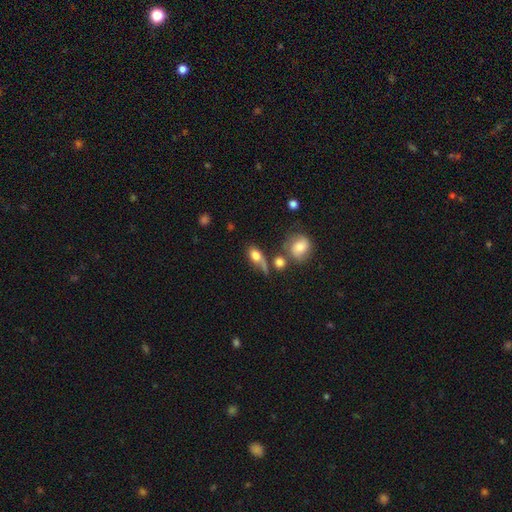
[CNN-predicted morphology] smooth 72%, featured or disk 18%, star or artifact 10%. Down the decision tree: how rounded — in between (71%); merging — none (37%).